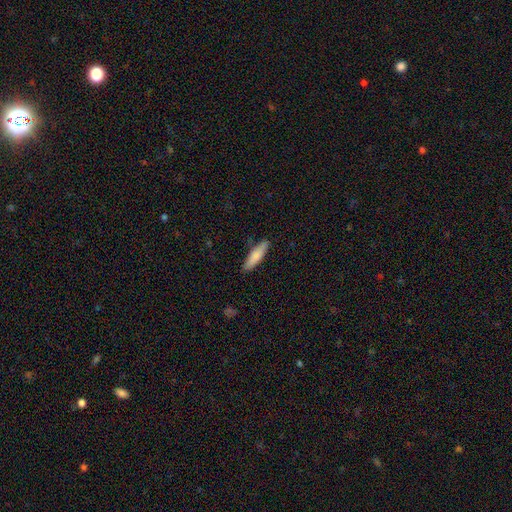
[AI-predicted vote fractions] Smooth or featured? smooth (81%)
How rounded? cigar-shaped (73%)
Merging? none (85%)